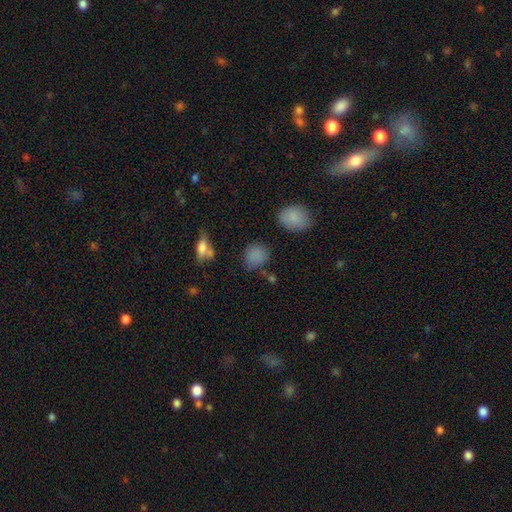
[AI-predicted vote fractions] Smooth or featured?
  - smooth: 82% *
  - star or artifact: 12%
  - featured or disk: 6%
How rounded?
  - round: 74% *
  - in between: 24%
  - cigar-shaped: 2%
Merging?
  - none: 70% *
  - minor disturbance: 18%
  - major disturbance: 6%
  - merger: 6%